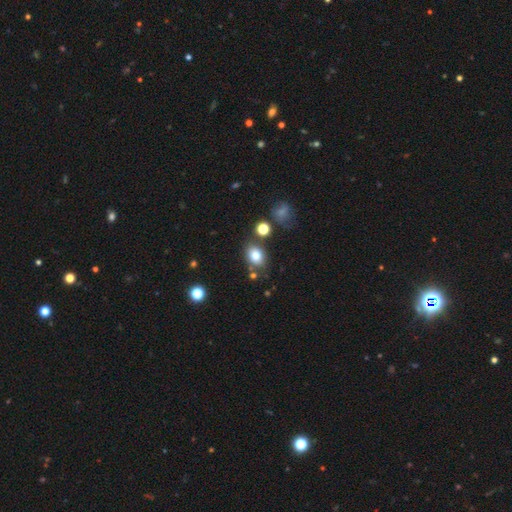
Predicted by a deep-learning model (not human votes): Smooth or featured: smooth — 77% (star or artifact — 12%)
How rounded: in between — 57% (round — 42%)
Merging: none — 73% (minor disturbance — 13%)